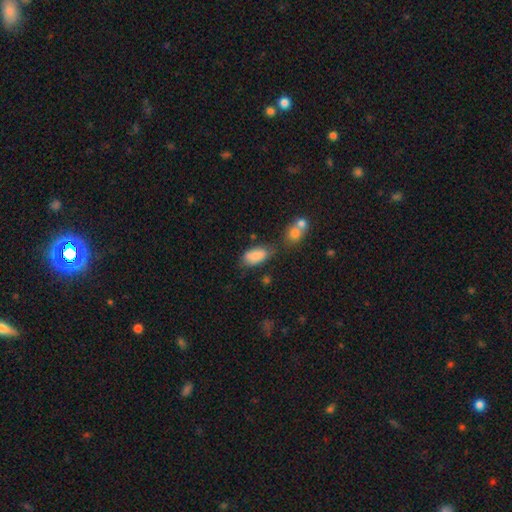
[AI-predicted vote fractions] This is clearly a smooth galaxy (84%). How rounded: clearly in between (92%). Merging: possibly none (58%).